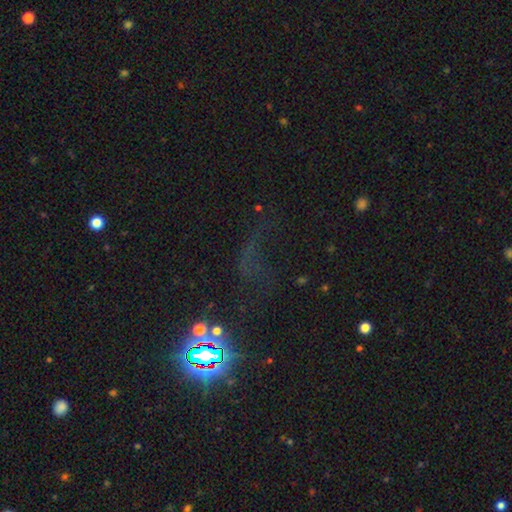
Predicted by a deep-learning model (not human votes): A star or artifact, not a galaxy (63%).

Vote fractions:
- Smooth or featured? star or artifact: 63% / smooth: 20% / featured or disk: 17%